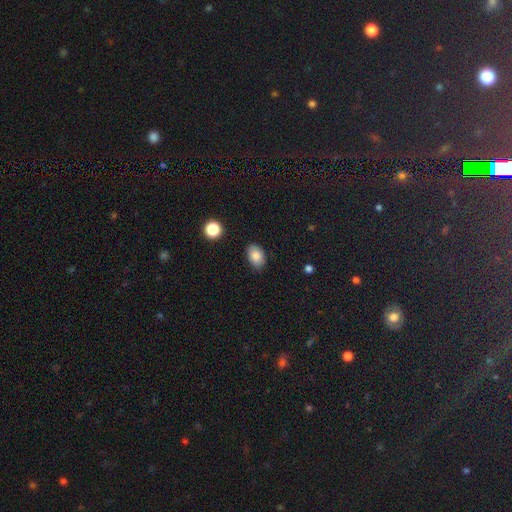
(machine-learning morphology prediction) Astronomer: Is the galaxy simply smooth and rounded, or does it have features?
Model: smooth — 84%.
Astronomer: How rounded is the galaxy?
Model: in between — 86%.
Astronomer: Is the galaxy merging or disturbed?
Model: none — 83%.